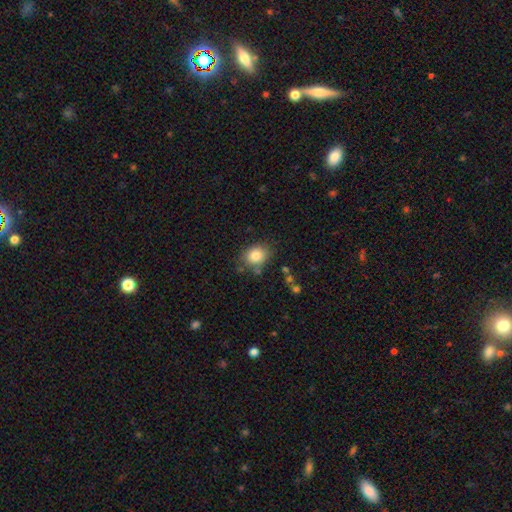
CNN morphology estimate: Smooth or featured: smooth — 83% (star or artifact — 9%)
How rounded: round — 52% (in between — 47%)
Merging: none — 75% (minor disturbance — 16%)